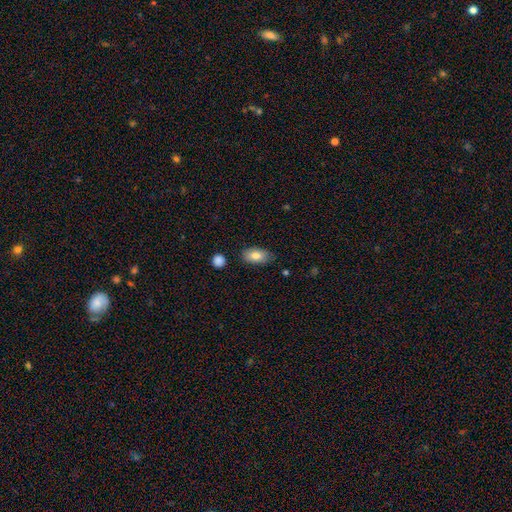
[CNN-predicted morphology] Overall: smooth (80%). How rounded: in between (92%). Merging: none (80%).